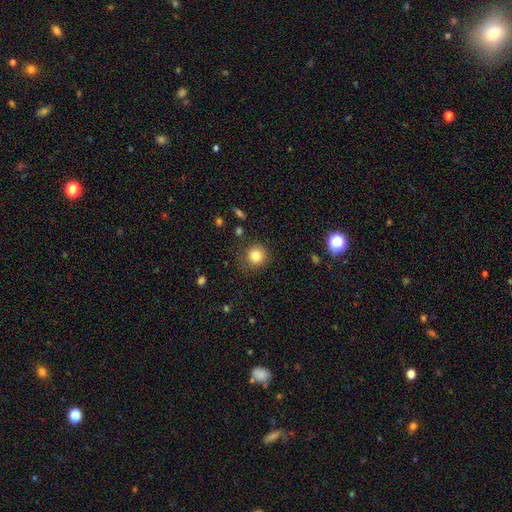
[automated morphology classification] Smooth or featured? Predicted: smooth (p=0.83). How rounded? Predicted: round (p=0.92). Merging? Predicted: none (p=0.85).